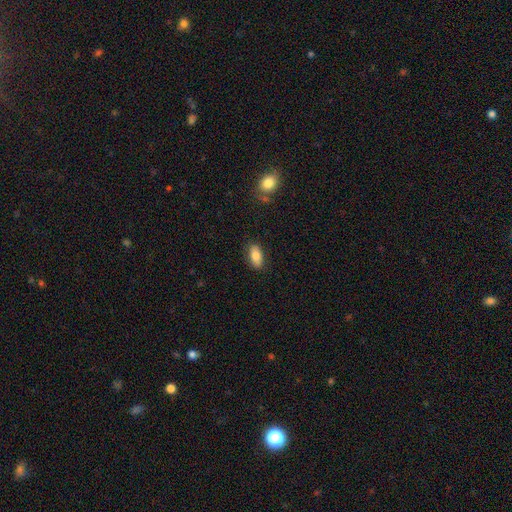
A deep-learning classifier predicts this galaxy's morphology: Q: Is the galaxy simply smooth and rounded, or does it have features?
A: smooth — 81%.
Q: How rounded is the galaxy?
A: in between — 87%.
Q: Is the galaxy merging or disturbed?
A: none — 86%.